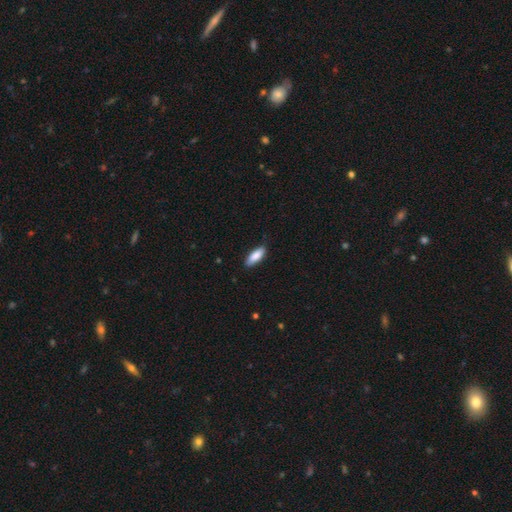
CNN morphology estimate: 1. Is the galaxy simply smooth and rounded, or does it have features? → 86% smooth, 8% featured or disk, 6% star or artifact.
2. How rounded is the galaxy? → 68% in between, 30% cigar-shaped, 2% round.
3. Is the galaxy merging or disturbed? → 82% none, 15% minor disturbance, 2% major disturbance, 1% merger.